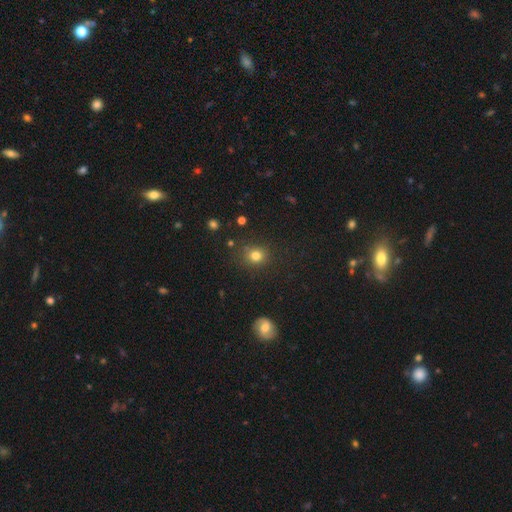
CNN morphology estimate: smooth 79%, star or artifact 14%, featured or disk 7%. Down the decision tree: how rounded — round (78%); merging — none (81%).